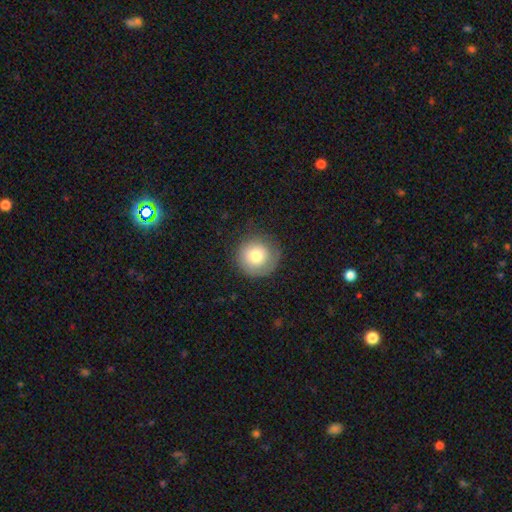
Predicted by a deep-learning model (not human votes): A smooth galaxy with no disk features (74%) that is round (95%). Merging: none (76%).